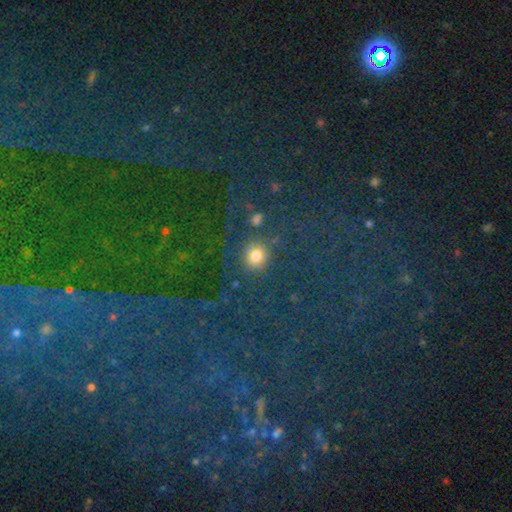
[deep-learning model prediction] smooth 58%, star or artifact 29%, featured or disk 12%. Down the decision tree: how rounded — round (84%); merging — none (73%).